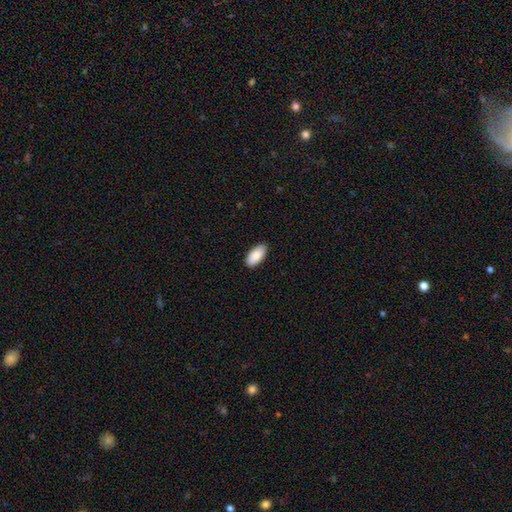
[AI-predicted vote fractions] smooth_or_featured: smooth (p=0.88) [alt: featured or disk p=0.06]
how_rounded: in between (p=0.94) [alt: cigar-shaped p=0.04]
merging: none (p=0.89) [alt: minor disturbance p=0.09]